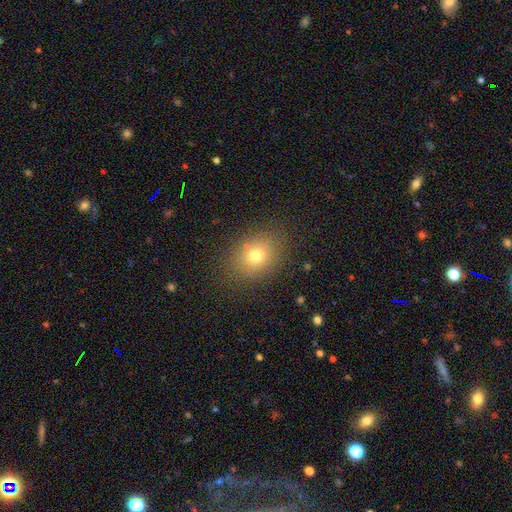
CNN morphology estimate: This appears to be a smooth galaxy with no disk features (72%) that is in between round and cigar-shaped (53%). Merging: none (86%).